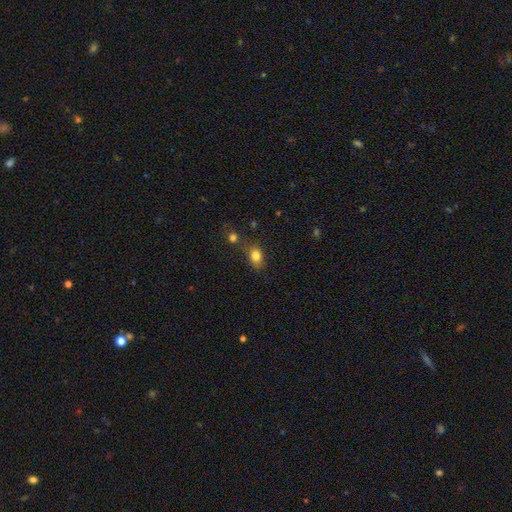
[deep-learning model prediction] The model was most divided on "how rounded": in between: 67%, round: 32%, cigar-shaped: 1%. More confident: smooth or featured — smooth (82%); merging — none (70%).